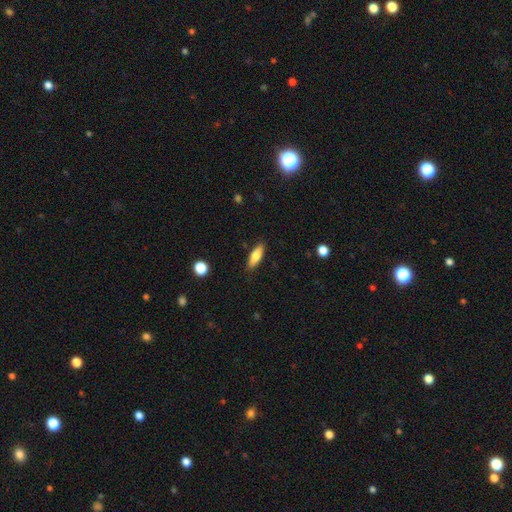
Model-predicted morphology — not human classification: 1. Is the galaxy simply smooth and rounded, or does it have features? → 76% smooth, 17% featured or disk, 7% star or artifact.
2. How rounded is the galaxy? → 56% in between, 42% cigar-shaped, 2% round.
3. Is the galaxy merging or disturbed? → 86% none, 10% minor disturbance, 2% major disturbance, 1% merger.